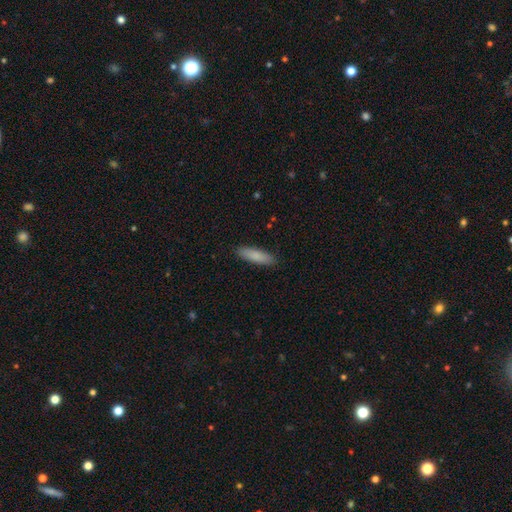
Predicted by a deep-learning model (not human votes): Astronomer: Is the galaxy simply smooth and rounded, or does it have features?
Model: smooth — 86%.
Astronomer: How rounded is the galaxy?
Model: cigar-shaped — 64%.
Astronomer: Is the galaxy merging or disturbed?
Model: none — 90%.